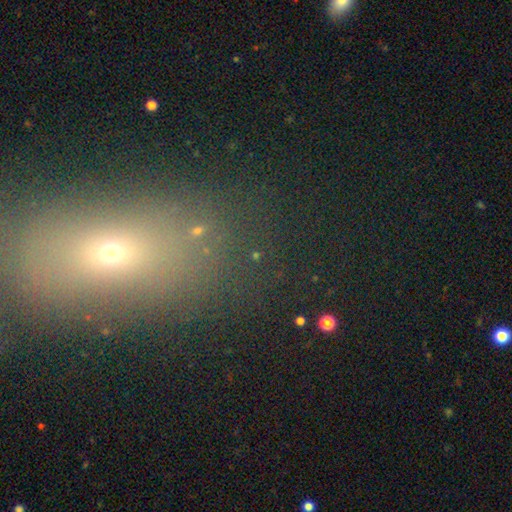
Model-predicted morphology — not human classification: This is possibly a star or artifact rather than a galaxy (56%).